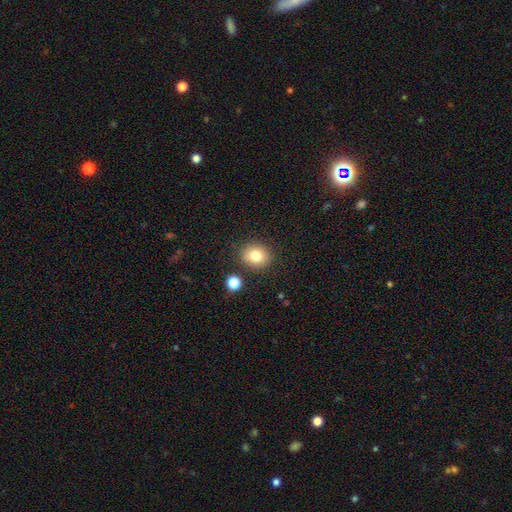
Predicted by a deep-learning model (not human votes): Smooth or featured?
  - smooth: 80% *
  - star or artifact: 11%
  - featured or disk: 9%
How rounded?
  - round: 69% *
  - in between: 30%
  - cigar-shaped: 1%
Merging?
  - none: 85% *
  - minor disturbance: 8%
  - merger: 4%
  - major disturbance: 3%